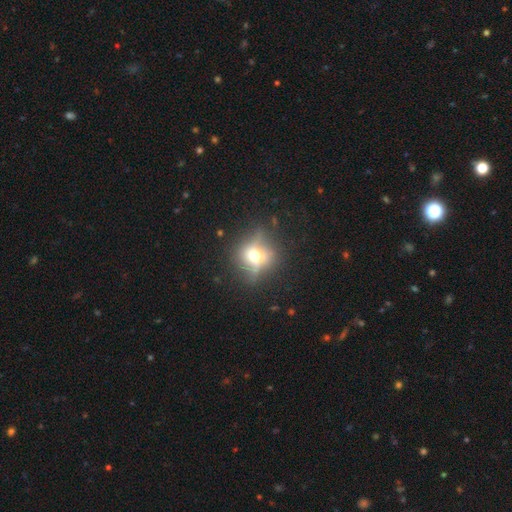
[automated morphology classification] smooth_or_featured: featured or disk (p=0.44) [alt: smooth p=0.40]
merging: none (p=0.70) [alt: minor disturbance p=0.18]